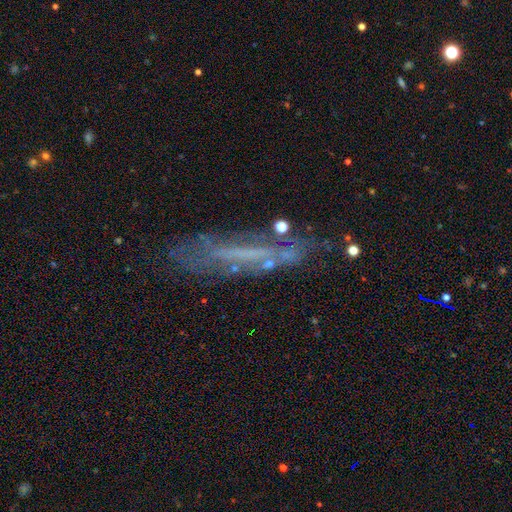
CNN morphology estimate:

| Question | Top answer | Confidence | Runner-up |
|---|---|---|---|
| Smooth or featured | featured or disk | 59% | smooth (25%) |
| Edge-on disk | yes | 57% | no (43%) |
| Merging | none | 62% | minor disturbance (21%) |